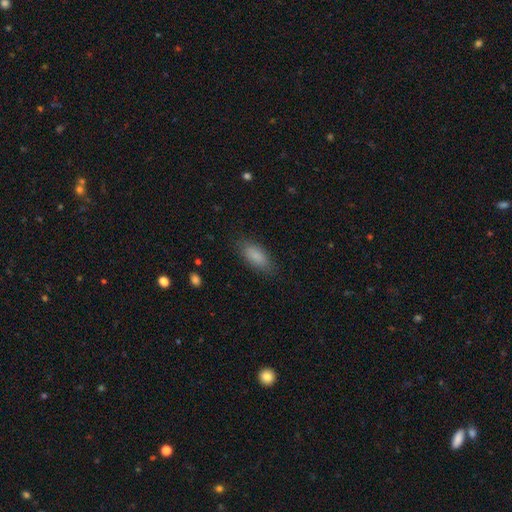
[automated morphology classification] Q: Smooth or featured?
A: smooth (87%); runner-up: star or artifact (7%)
Q: How rounded?
A: in between (82%); runner-up: cigar-shaped (15%)
Q: Merging?
A: none (83%); runner-up: minor disturbance (13%)